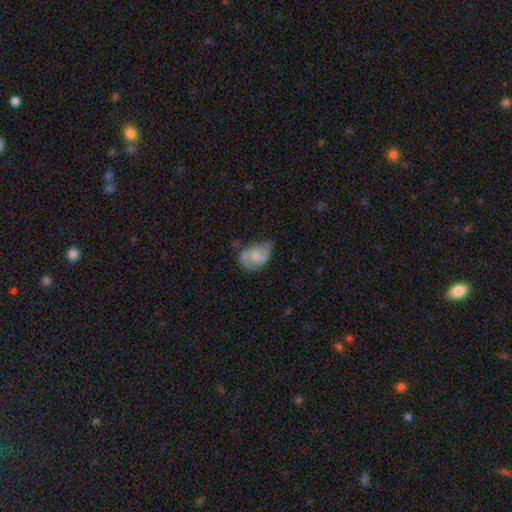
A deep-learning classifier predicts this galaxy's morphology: featured or disk 56%, smooth 37%, star or artifact 7%. Down the decision tree: edge-on disk — no (97%); bar — no (59%); spiral arms — yes (79%); bulge size — small (43%); merging — none (44%).